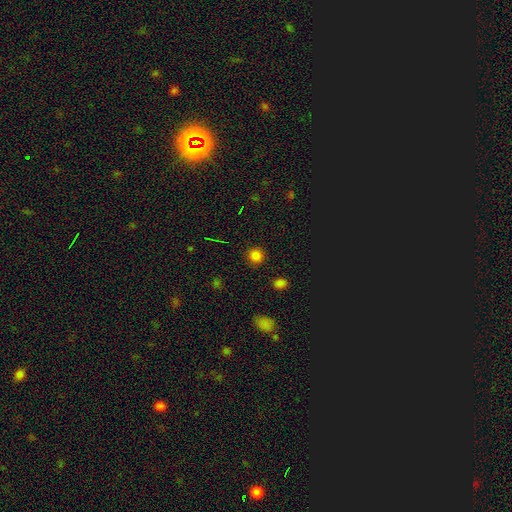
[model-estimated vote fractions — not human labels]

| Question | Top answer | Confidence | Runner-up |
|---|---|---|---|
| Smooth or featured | smooth | 79% | star or artifact (16%) |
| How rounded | round | 93% | in between (6%) |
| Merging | none | 90% | minor disturbance (6%) |